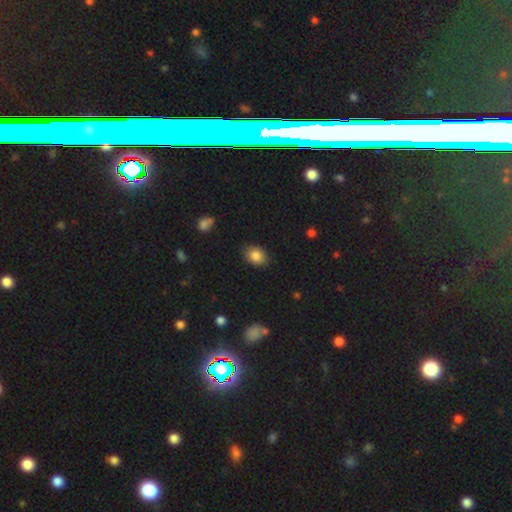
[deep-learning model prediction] Smooth or featured: smooth — 85% (star or artifact — 9%)
How rounded: in between — 67% (round — 32%)
Merging: none — 84% (minor disturbance — 12%)